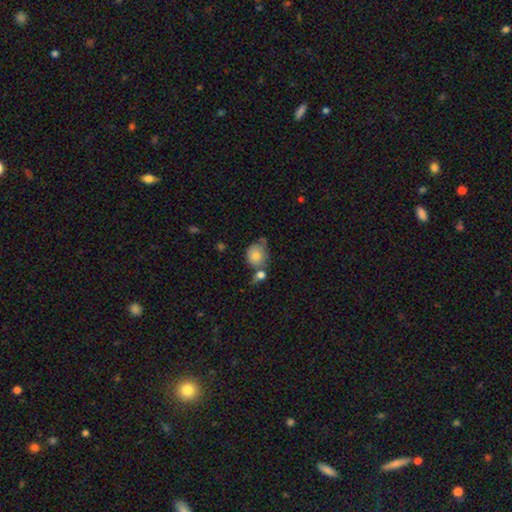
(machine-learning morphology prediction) Smooth or featured? smooth (76%)
How rounded? round (65%)
Merging? none (39%)